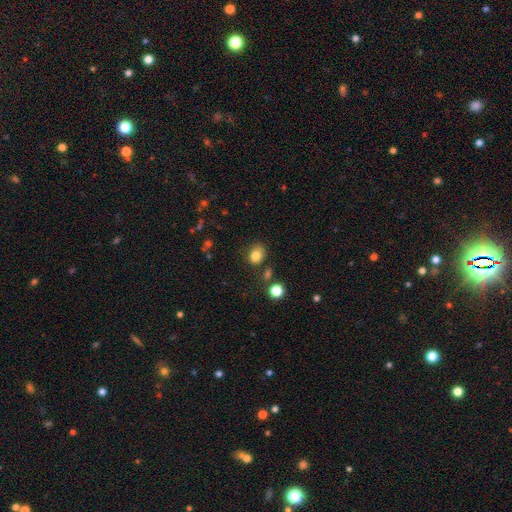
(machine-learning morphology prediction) Smooth or featured: smooth — 81% (star or artifact — 12%)
How rounded: round — 57% (in between — 42%)
Merging: none — 69% (minor disturbance — 19%)